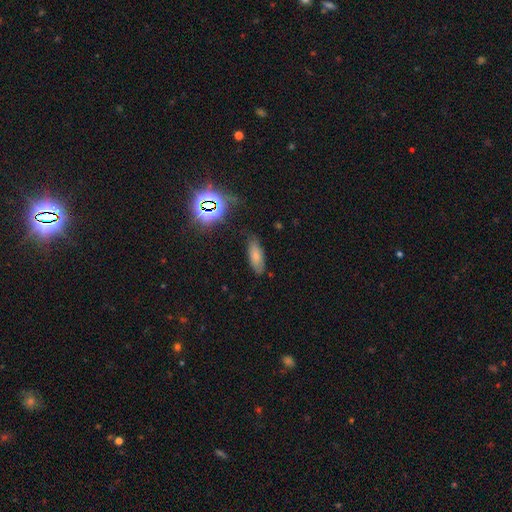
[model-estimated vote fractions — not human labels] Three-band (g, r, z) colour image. It shows a smooth galaxy with no disk features (71%) that is in between round and cigar-shaped (73%). Merging: none (78%).